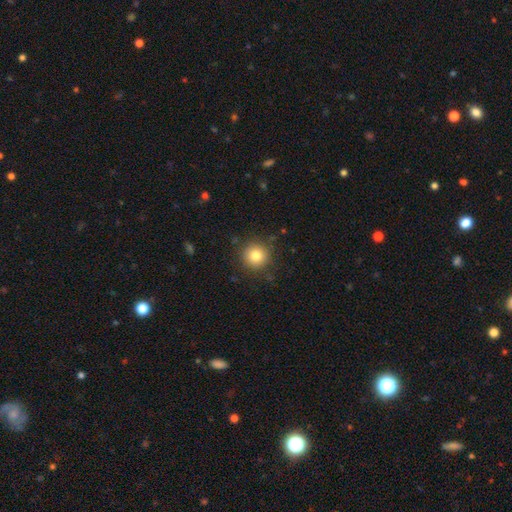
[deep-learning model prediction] smooth 81%, star or artifact 11%, featured or disk 8%. Down the decision tree: how rounded — round (95%); merging — none (88%).